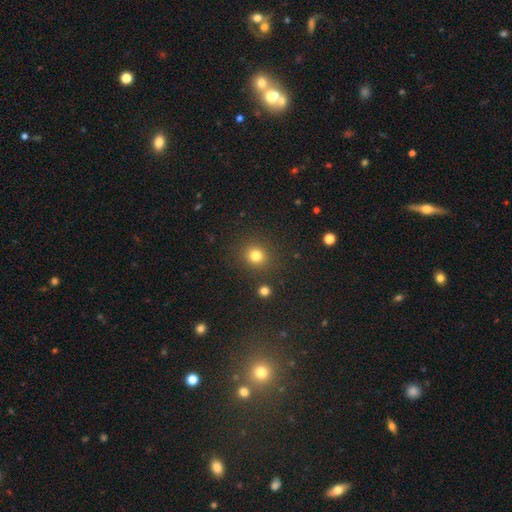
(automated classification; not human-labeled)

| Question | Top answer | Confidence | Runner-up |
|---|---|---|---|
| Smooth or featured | smooth | 80% | star or artifact (15%) |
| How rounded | round | 85% | in between (14%) |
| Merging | none | 87% | minor disturbance (7%) |